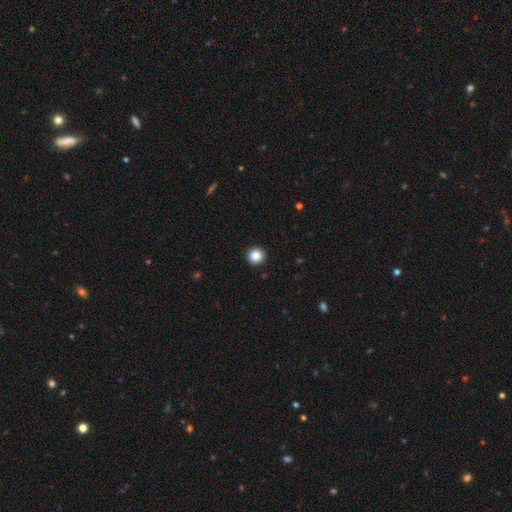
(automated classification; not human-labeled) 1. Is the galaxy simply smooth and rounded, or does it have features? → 85% smooth, 10% star or artifact, 4% featured or disk.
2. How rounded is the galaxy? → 96% round, 3% in between, 1% cigar-shaped.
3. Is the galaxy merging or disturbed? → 94% none, 4% minor disturbance, 1% major disturbance, 1% merger.